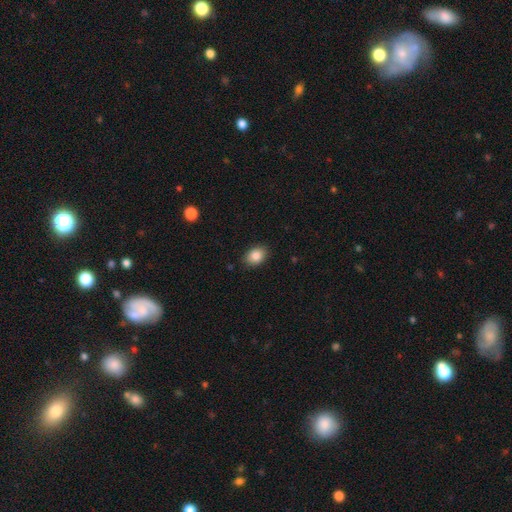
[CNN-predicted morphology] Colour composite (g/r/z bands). It shows a smooth galaxy with no disk features (86%) that is in between round and cigar-shaped (78%). Merging: none (87%).